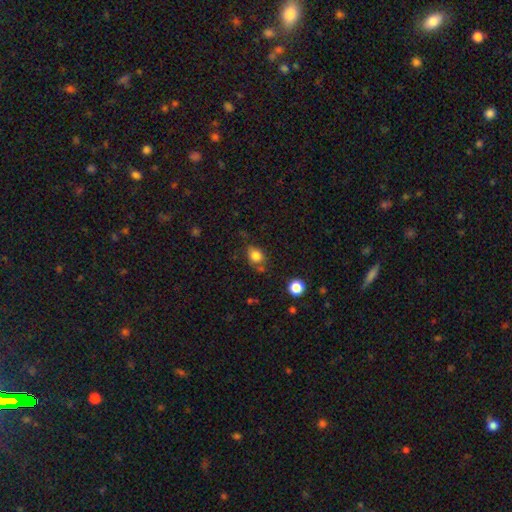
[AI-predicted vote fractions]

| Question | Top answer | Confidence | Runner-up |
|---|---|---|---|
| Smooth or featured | smooth | 82% | star or artifact (12%) |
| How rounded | round | 58% | in between (41%) |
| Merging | none | 65% | minor disturbance (21%) |